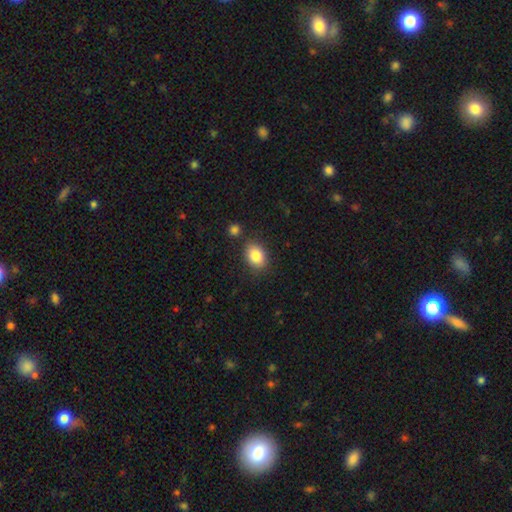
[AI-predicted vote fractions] A smooth galaxy with no disk features (85%) that is in between round and cigar-shaped (74%).

Vote fractions:
- Smooth or featured? smooth: 85% / star or artifact: 8% / featured or disk: 7%
- How rounded? in between: 74% / round: 25% / cigar-shaped: 1%
- Merging? none: 82% / minor disturbance: 11% / merger: 5% / major disturbance: 3%